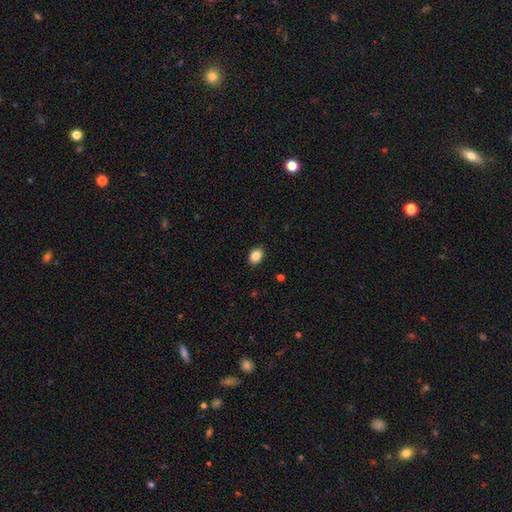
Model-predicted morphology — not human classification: smooth_or_featured: smooth (p=0.86) [alt: star or artifact p=0.09]
how_rounded: in between (p=0.63) [alt: round p=0.36]
merging: none (p=0.90) [alt: minor disturbance p=0.07]